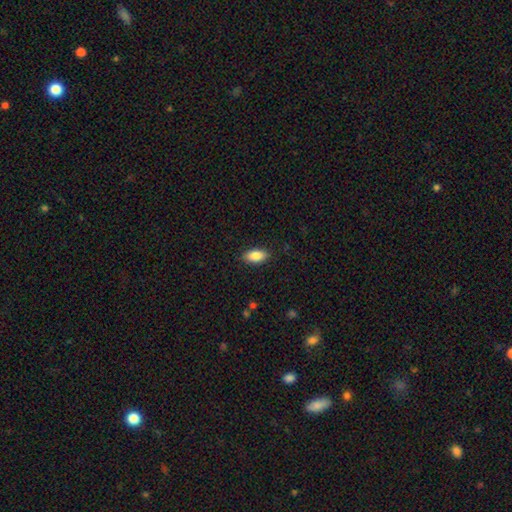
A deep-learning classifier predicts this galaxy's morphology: smooth-or-featured: smooth: 86% | featured or disk: 7% | star or artifact: 7%
  how-rounded: in between: 91% | cigar-shaped: 5% | round: 3%
  merging: none: 88% | minor disturbance: 9% | major disturbance: 2% | merger: 1%